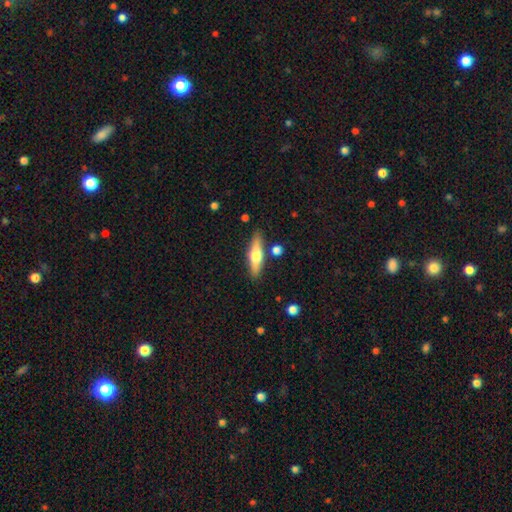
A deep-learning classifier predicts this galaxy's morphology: A featured or disk galaxy (50%).

Vote fractions:
- Smooth or featured? featured or disk: 50% / smooth: 44% / star or artifact: 6%
- Merging? none: 84% / minor disturbance: 10% / merger: 4% / major disturbance: 2%